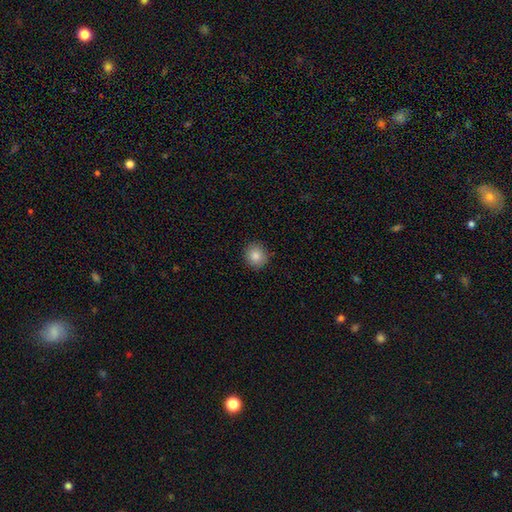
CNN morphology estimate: type=smooth (85%); roundness=round (87%); merging=none (90%).